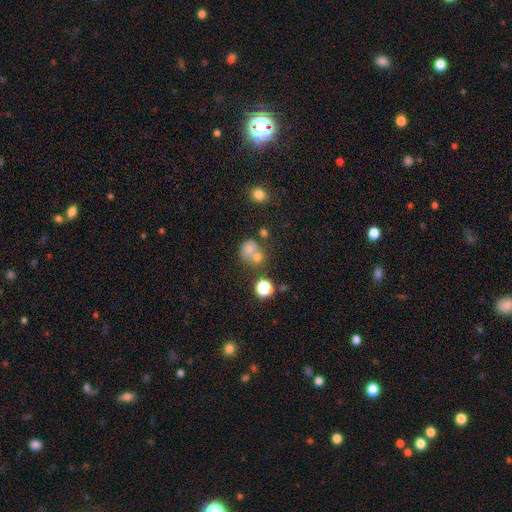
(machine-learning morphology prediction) The model was most divided on "merging": none: 42%, merger: 40%, minor disturbance: 10%, major disturbance: 7%. More confident: how rounded — round (76%); smooth or featured — smooth (63%).